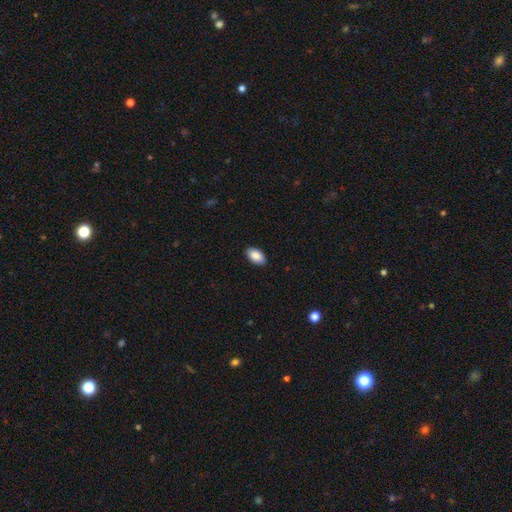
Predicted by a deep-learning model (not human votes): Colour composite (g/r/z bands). It shows a smooth galaxy with no disk features (88%) that is in between round and cigar-shaped (94%). Merging: none (89%).